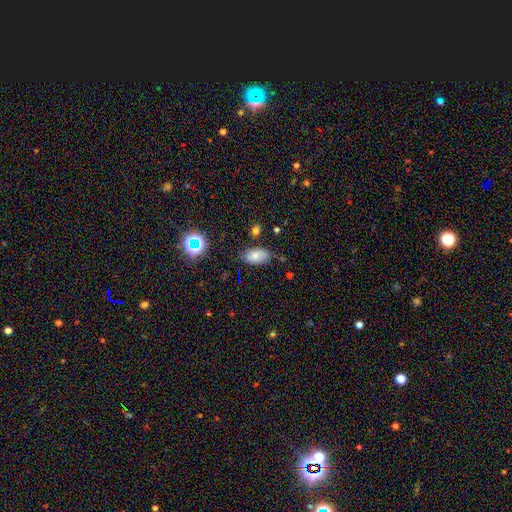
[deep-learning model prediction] Smooth or featured: smooth — 71% (featured or disk — 15%)
How rounded: in between — 92% (round — 6%)
Merging: none — 73% (minor disturbance — 20%)